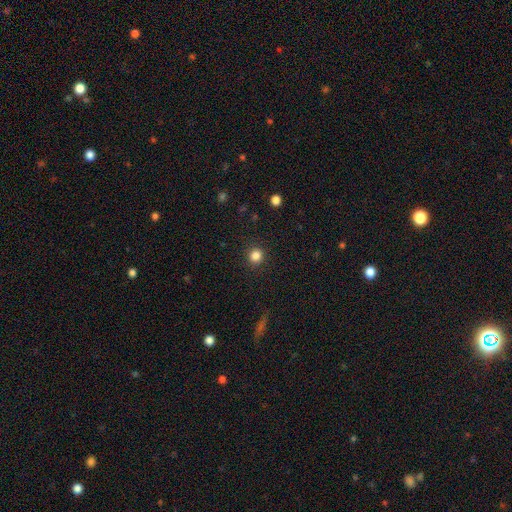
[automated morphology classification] A smooth galaxy with no disk features (84%) that is round (91%).

Vote fractions:
- Smooth or featured? smooth: 84% / star or artifact: 12% / featured or disk: 4%
- How rounded? round: 91% / in between: 8% / cigar-shaped: 1%
- Merging? none: 91% / minor disturbance: 6% / major disturbance: 2% / merger: 1%